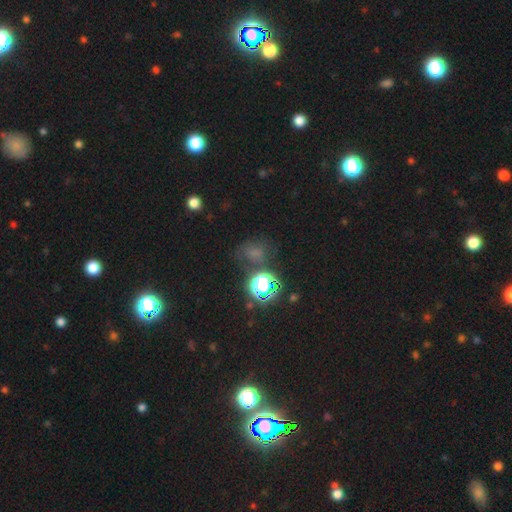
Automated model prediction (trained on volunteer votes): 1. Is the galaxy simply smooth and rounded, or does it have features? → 51% star or artifact, 38% smooth, 11% featured or disk.